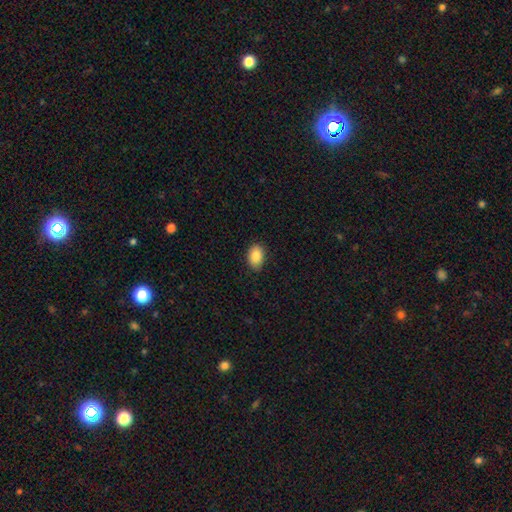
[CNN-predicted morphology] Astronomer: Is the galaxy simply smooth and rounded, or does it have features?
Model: smooth — 86%.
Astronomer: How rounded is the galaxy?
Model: in between — 84%.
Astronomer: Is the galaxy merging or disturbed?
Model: none — 86%.